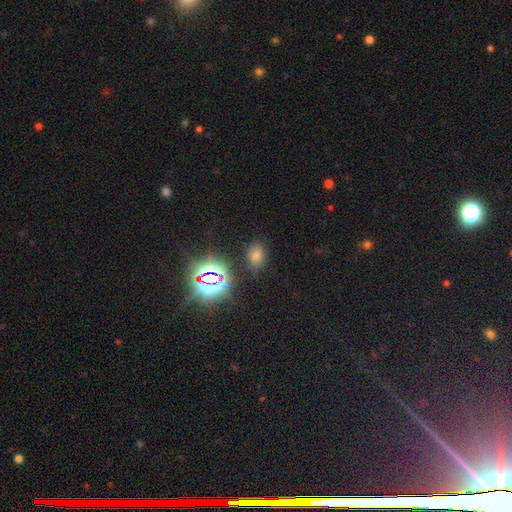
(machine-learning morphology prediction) smooth_or_featured: smooth (p=0.52) [alt: star or artifact p=0.40]
how_rounded: in between (p=0.76) [alt: round p=0.22]
merging: none (p=0.82) [alt: minor disturbance p=0.12]